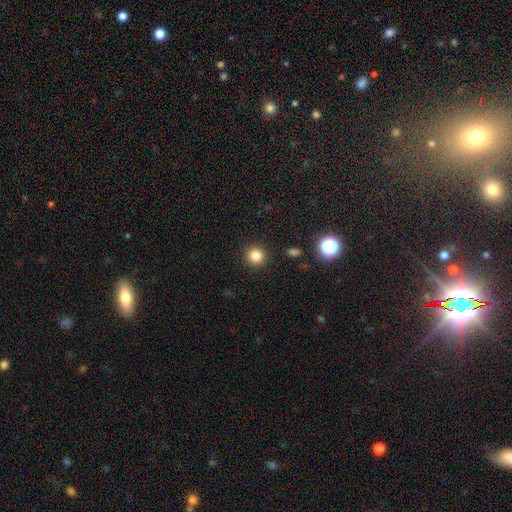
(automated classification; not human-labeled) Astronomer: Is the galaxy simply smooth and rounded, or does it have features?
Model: smooth — 83%.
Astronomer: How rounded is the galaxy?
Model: round — 94%.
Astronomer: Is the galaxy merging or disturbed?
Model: none — 91%.